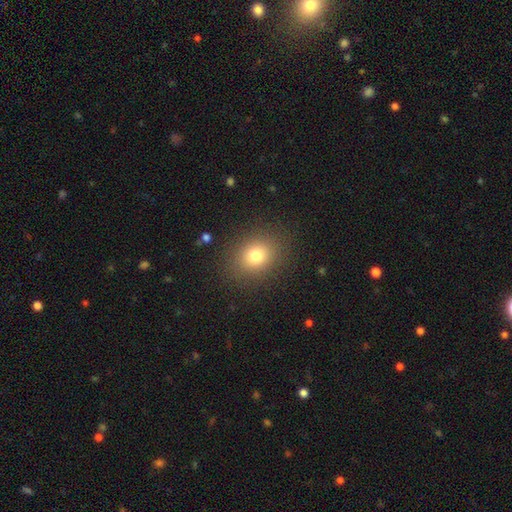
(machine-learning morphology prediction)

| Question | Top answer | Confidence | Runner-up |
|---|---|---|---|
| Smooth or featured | smooth | 78% | star or artifact (13%) |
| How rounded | round | 58% | in between (41%) |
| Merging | none | 87% | minor disturbance (8%) |